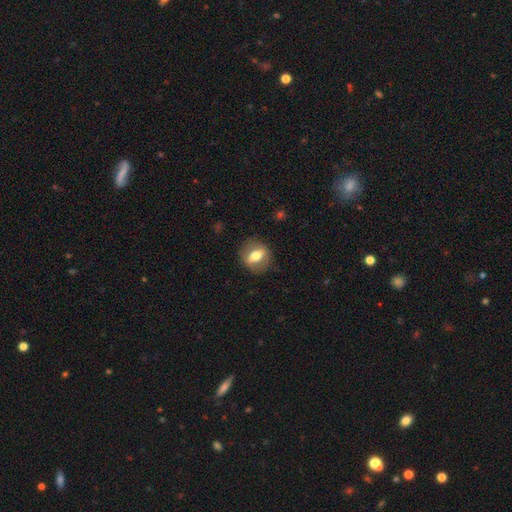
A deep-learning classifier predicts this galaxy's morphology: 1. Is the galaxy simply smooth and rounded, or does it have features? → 48% smooth, 44% featured or disk, 8% star or artifact.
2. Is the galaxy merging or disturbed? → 85% none, 10% minor disturbance, 4% major disturbance, 1% merger.